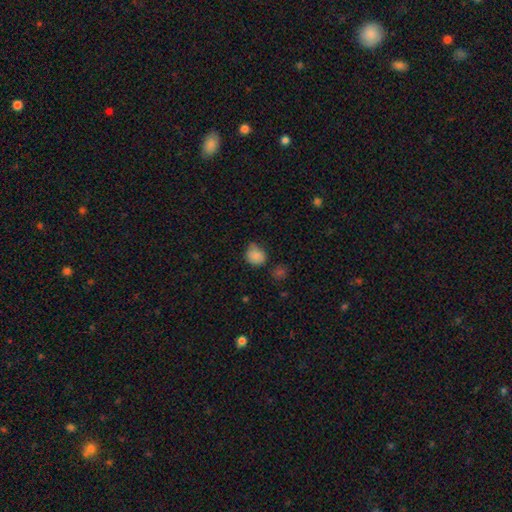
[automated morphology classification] Smooth or featured? Predicted: smooth (p=0.83). How rounded? Predicted: round (p=0.70). Merging? Predicted: none (p=0.58).